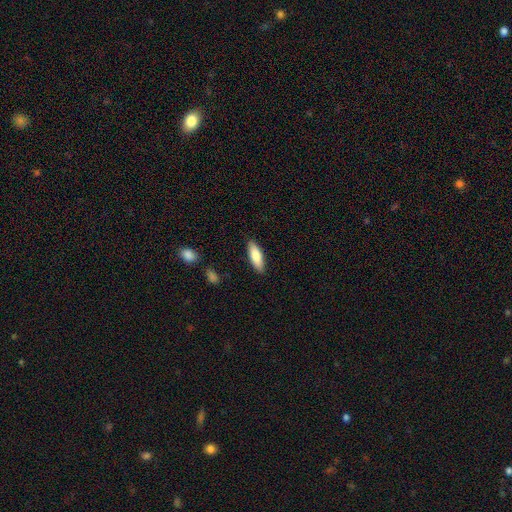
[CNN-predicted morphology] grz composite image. It shows a smooth galaxy with no disk features (79%) that is in between round and cigar-shaped (52%). Merging: none (88%).